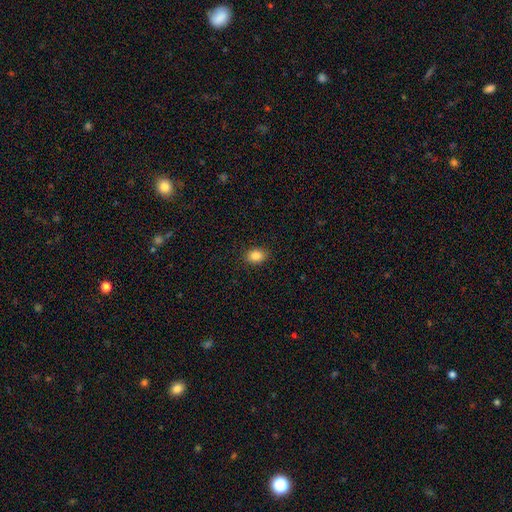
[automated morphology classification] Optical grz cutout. It shows a smooth galaxy with no disk features (85%) that is in between round and cigar-shaped (63%). Merging: none (89%).